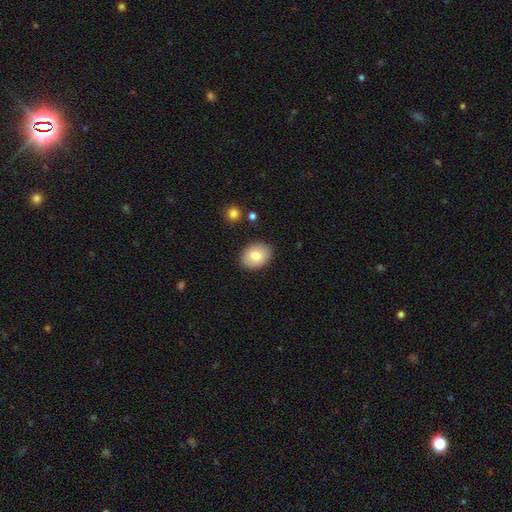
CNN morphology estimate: Q: Smooth or featured?
A: smooth (81%); runner-up: featured or disk (12%)
Q: How rounded?
A: in between (73%); runner-up: round (26%)
Q: Merging?
A: none (87%); runner-up: minor disturbance (9%)